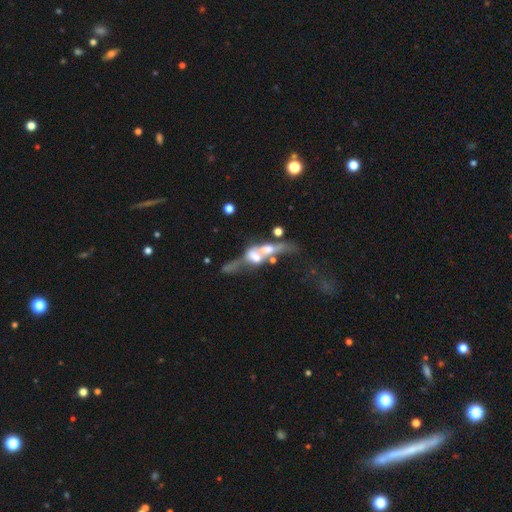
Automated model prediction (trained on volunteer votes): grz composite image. It shows a featured or disk galaxy (57%). Merging: merger (61%).